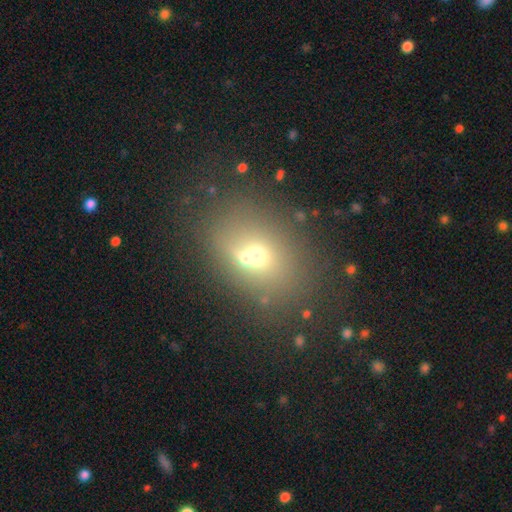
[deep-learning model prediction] smooth-or-featured: smooth: 54% | featured or disk: 24% | star or artifact: 22%
  how-rounded: in between: 57% | round: 41% | cigar-shaped: 2%
  merging: none: 46% | merger: 35% | minor disturbance: 12% | major disturbance: 7%